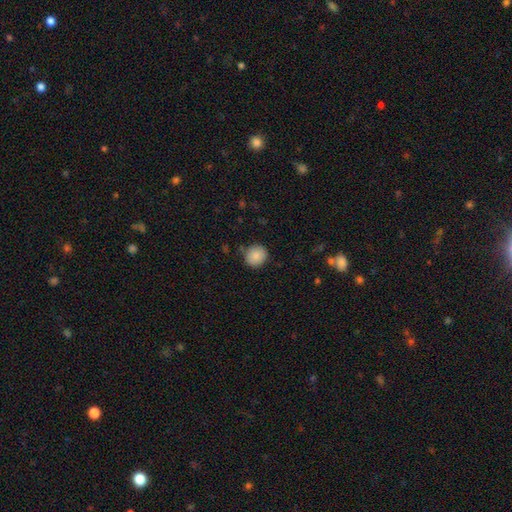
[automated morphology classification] Smooth or featured: smooth — 88% (star or artifact — 8%)
How rounded: round — 89% (in between — 10%)
Merging: none — 85% (minor disturbance — 11%)